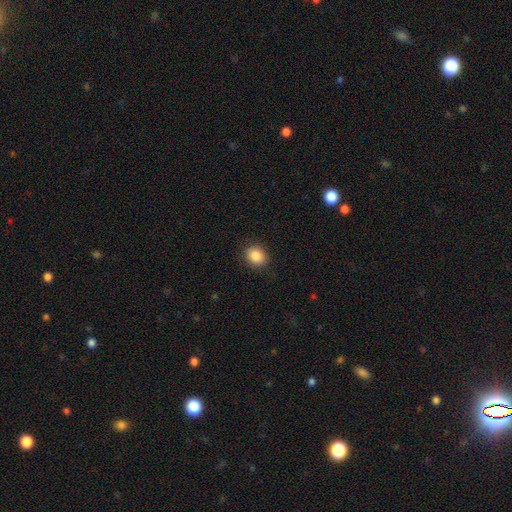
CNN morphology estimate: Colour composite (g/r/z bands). It shows a smooth galaxy with no disk features (87%) that is round (68%). Merging: none (88%).